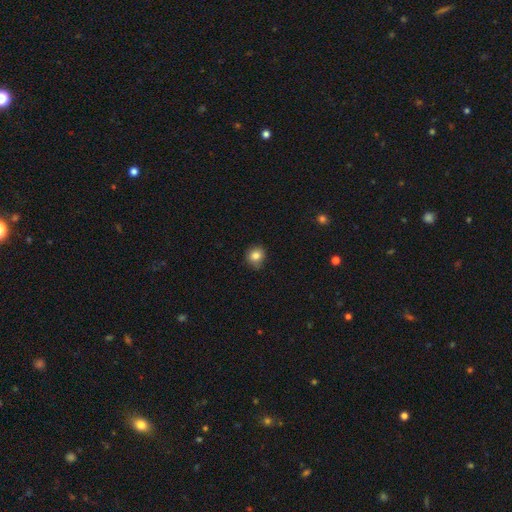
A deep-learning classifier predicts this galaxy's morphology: smooth-or-featured: smooth: 83% | star or artifact: 10% | featured or disk: 6%
  how-rounded: round: 87% | in between: 12% | cigar-shaped: 1%
  merging: none: 80% | minor disturbance: 17% | major disturbance: 3% | merger: 1%